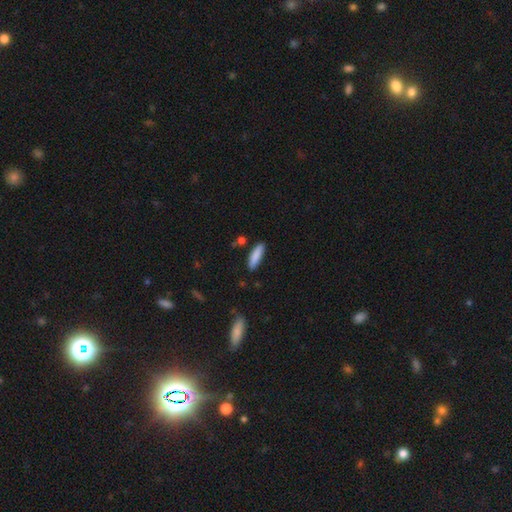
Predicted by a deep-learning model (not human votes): Morphology: type=smooth (87%); roundness=cigar-shaped (61%); merging=none (86%).